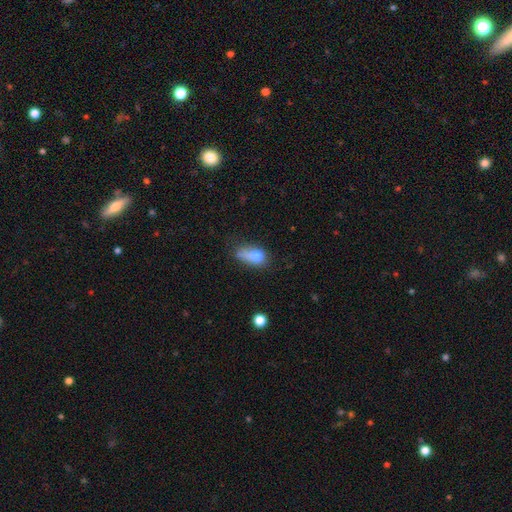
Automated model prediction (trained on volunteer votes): Smooth or featured: smooth — 72% (featured or disk — 17%)
How rounded: in between — 76% (round — 17%)
Merging: minor disturbance — 32% (none — 31%)